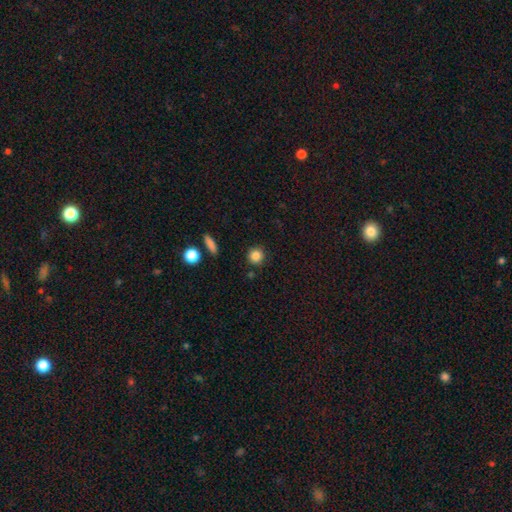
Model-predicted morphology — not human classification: Q: Smooth or featured?
A: smooth (86%); runner-up: star or artifact (10%)
Q: How rounded?
A: round (92%); runner-up: in between (7%)
Q: Merging?
A: none (88%); runner-up: minor disturbance (7%)